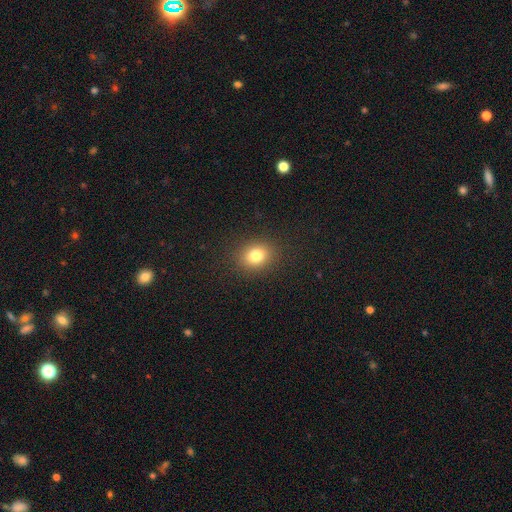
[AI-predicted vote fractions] This is likely a smooth galaxy (79%). How rounded: possibly round (58%). Merging: clearly none (89%).